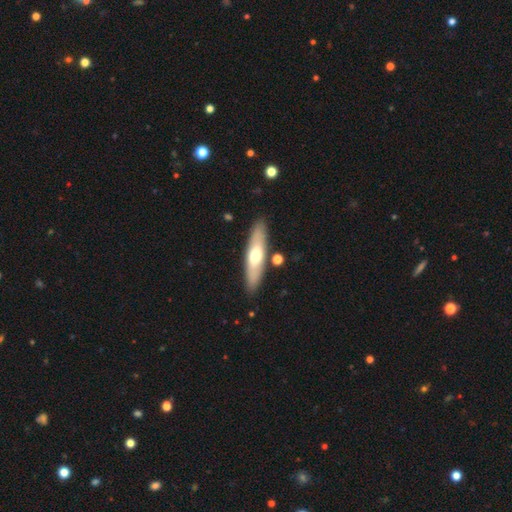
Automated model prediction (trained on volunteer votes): This is possibly a smooth galaxy (54%). How rounded: likely cigar-shaped (68%). Merging: clearly none (86%).